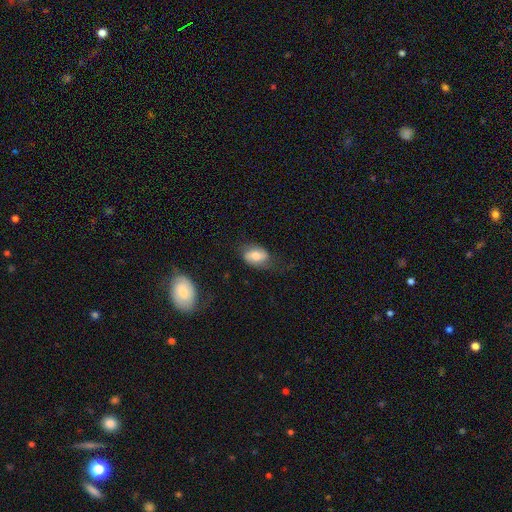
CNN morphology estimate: Smooth or featured?
  - smooth: 54% *
  - featured or disk: 38%
  - star or artifact: 8%
How rounded?
  - in between: 84% *
  - round: 14%
  - cigar-shaped: 2%
Merging?
  - none: 60% *
  - minor disturbance: 24%
  - major disturbance: 14%
  - merger: 2%